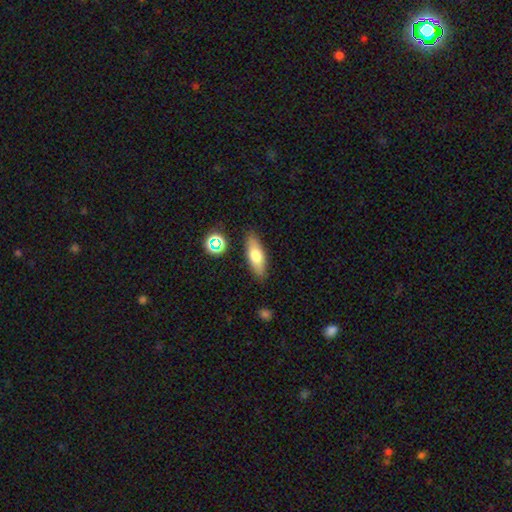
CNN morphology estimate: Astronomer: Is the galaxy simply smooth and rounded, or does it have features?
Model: smooth — 69%.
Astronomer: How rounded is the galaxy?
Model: in between — 66%.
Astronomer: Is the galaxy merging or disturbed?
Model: none — 85%.